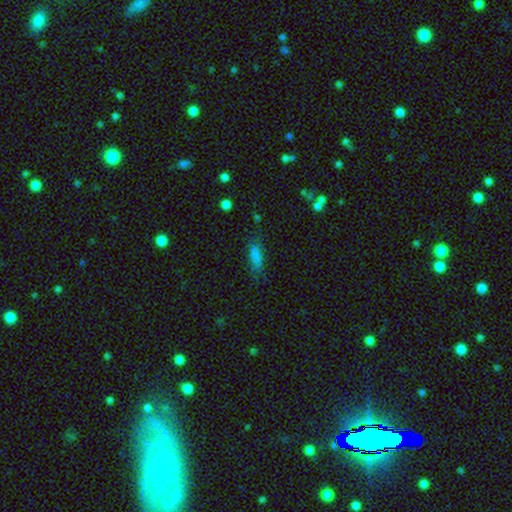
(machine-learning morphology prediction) Smooth or featured?
  - smooth: 82% *
  - star or artifact: 10%
  - featured or disk: 9%
How rounded?
  - in between: 55% *
  - cigar-shaped: 42%
  - round: 2%
Merging?
  - none: 70% *
  - minor disturbance: 21%
  - major disturbance: 6%
  - merger: 2%